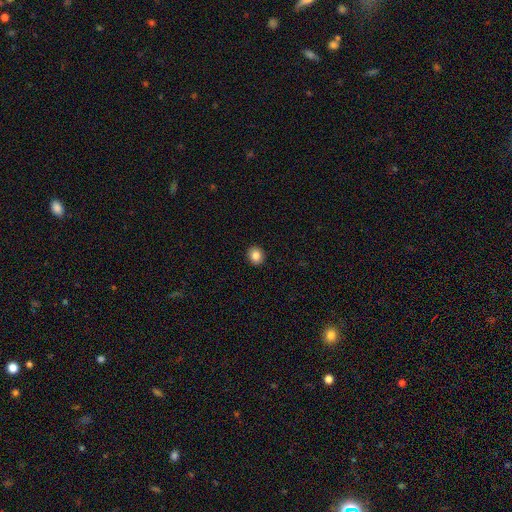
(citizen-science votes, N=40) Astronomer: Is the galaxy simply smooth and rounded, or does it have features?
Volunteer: smooth — 90%.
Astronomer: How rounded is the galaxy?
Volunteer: round — 94%.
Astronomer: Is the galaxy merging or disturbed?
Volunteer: none — 97%.